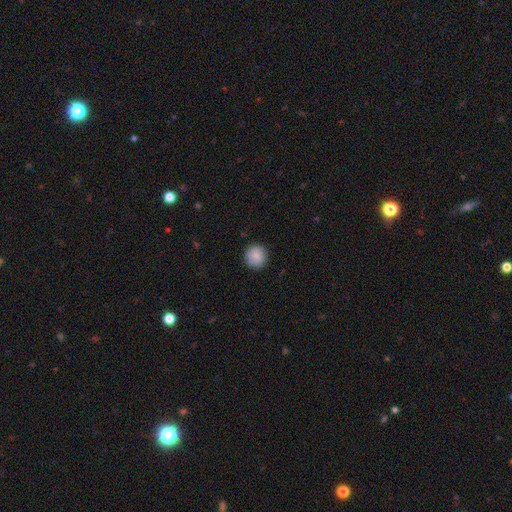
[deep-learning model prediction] Smooth or featured? smooth (83%)
How rounded? round (93%)
Merging? none (88%)